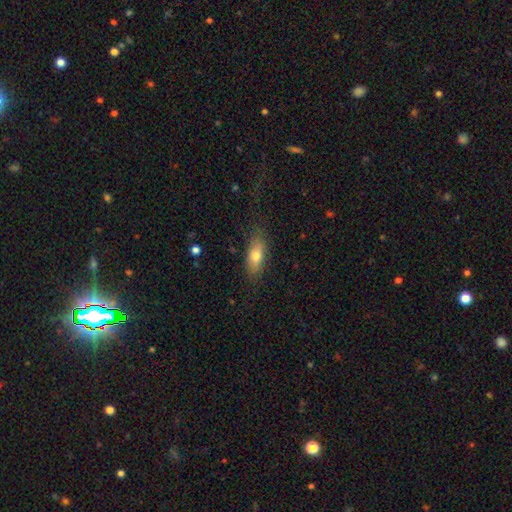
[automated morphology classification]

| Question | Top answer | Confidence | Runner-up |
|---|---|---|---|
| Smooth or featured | smooth | 73% | featured or disk (20%) |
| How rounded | in between | 78% | cigar-shaped (17%) |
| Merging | none | 79% | minor disturbance (15%) |